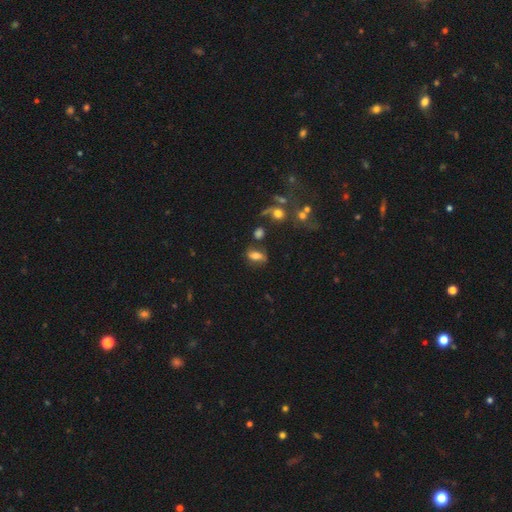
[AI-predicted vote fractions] smooth 66%, featured or disk 22%, star or artifact 13%. Down the decision tree: how rounded — in between (80%); merging — none (64%).